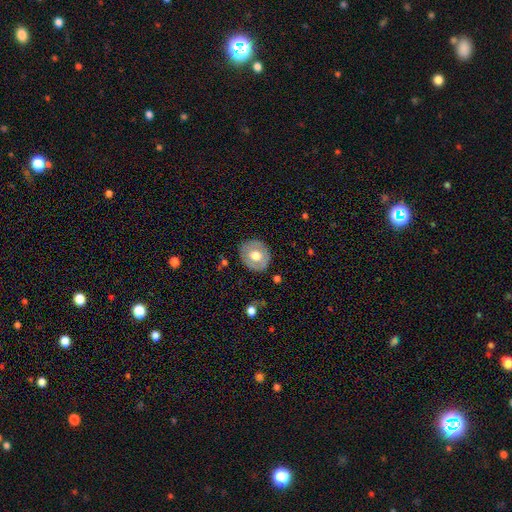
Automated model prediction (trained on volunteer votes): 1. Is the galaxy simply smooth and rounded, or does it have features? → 57% smooth, 36% featured or disk, 7% star or artifact.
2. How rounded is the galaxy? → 70% round, 29% in between, 1% cigar-shaped.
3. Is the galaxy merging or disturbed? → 83% none, 12% minor disturbance, 3% major disturbance, 1% merger.